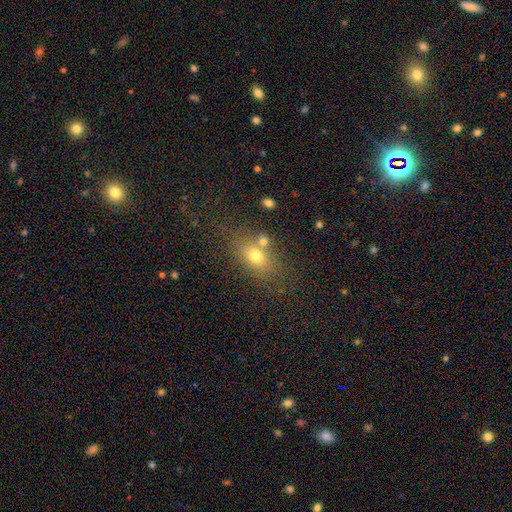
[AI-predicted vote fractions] Smooth or featured: smooth — 68% (featured or disk — 18%)
How rounded: in between — 71% (round — 24%)
Merging: none — 62% (merger — 17%)